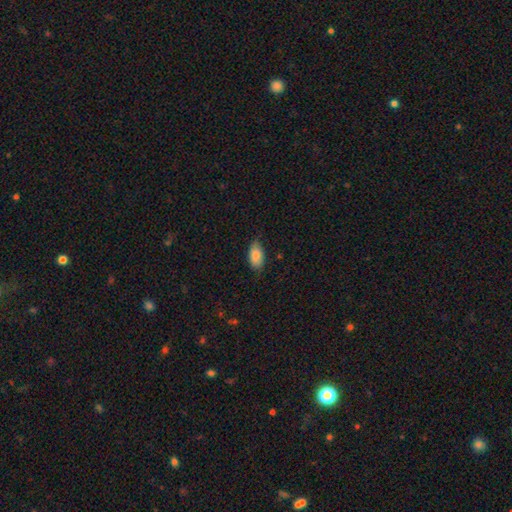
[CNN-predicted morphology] type=smooth (86%); roundness=in between (93%); merging=none (72%).